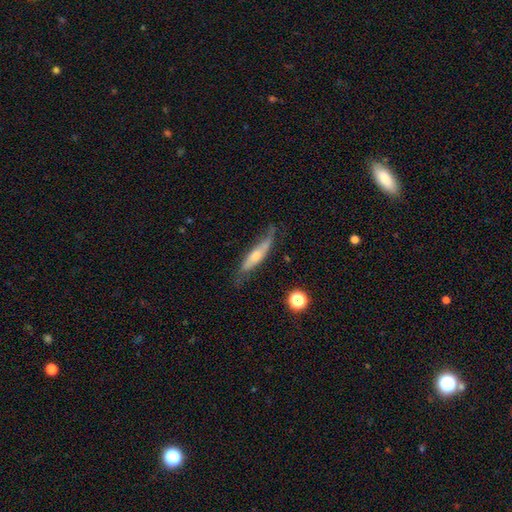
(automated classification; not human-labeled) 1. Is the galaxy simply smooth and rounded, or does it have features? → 65% featured or disk, 26% smooth, 9% star or artifact.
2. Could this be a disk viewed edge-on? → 75% yes, 25% no.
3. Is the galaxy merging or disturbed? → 71% none, 21% minor disturbance, 6% major disturbance, 2% merger.